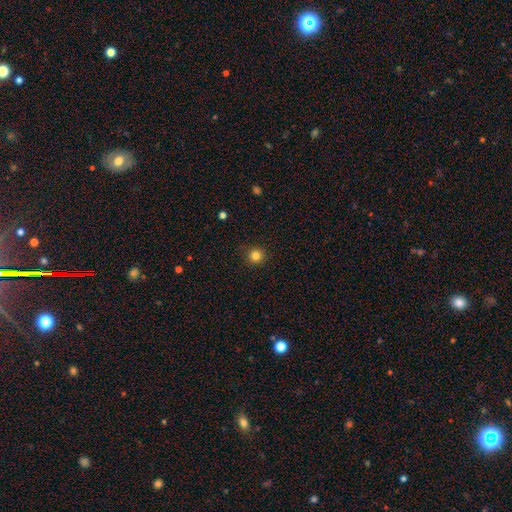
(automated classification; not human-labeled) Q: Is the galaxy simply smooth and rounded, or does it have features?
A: smooth — 82%.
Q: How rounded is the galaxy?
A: round — 93%.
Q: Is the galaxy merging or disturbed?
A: none — 89%.